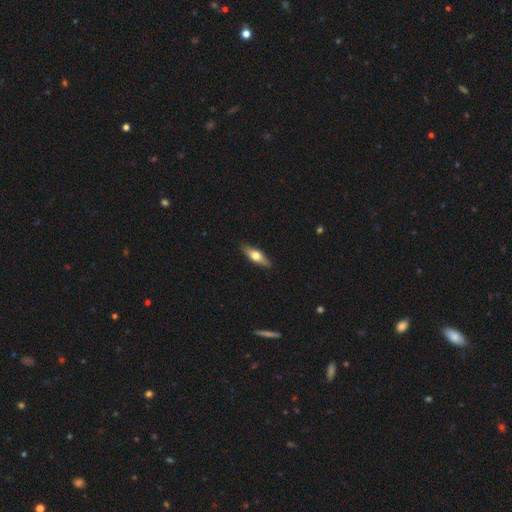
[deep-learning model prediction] Morphology: type=smooth (52%); roundness=in between (50%); merging=none (88%).